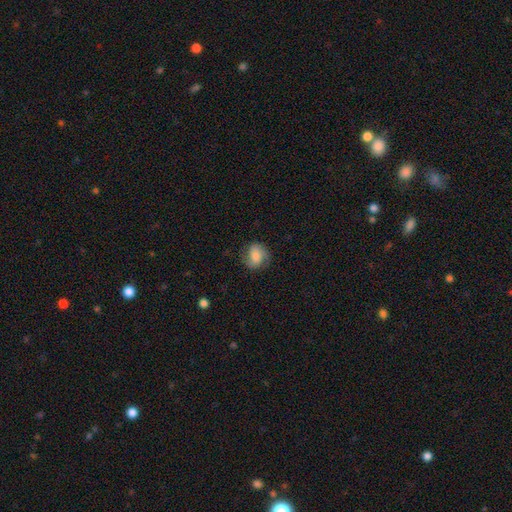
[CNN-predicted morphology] Smooth or featured? Predicted: smooth (p=0.53). How rounded? Predicted: round (p=0.63). Merging? Predicted: none (p=0.73).